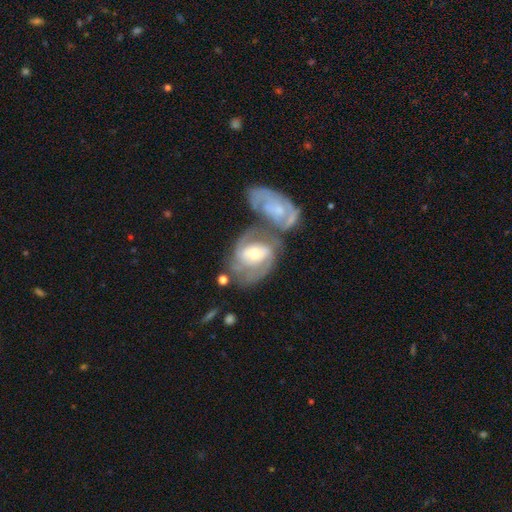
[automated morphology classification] smooth-or-featured: featured or disk: 81% | smooth: 13% | star or artifact: 6%
  disk-edge-on: no: 96% | yes: 4%
    bar: no: 44% | weak: 39% | strong: 16%
    has-spiral-arms: yes: 91% | no: 9%
      spiral-winding: tight: 55% | medium: 35% | loose: 9%
      spiral-arm-count: 2: 44% | can't tell: 31% | 3: 15% | 1: 4% | 4: 4% | more than 4: 3%
    bulge-size: moderate: 57% | small: 37% | large: 4% | none: 1% | dominant: 1%
  merging: merger: 52% | none: 29% | minor disturbance: 11% | major disturbance: 8%